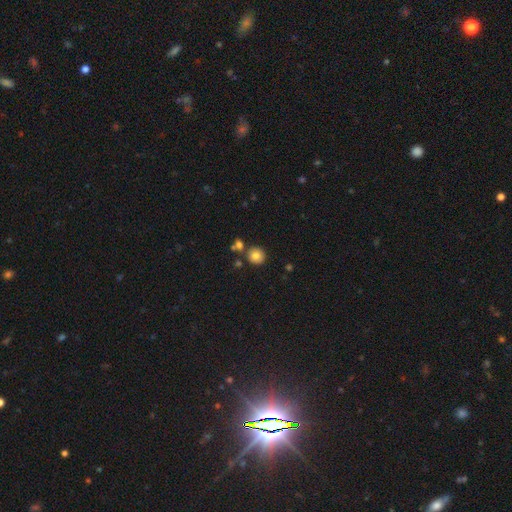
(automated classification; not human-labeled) smooth 80%, star or artifact 11%, featured or disk 9%. Down the decision tree: how rounded — round (91%); merging — none (79%).